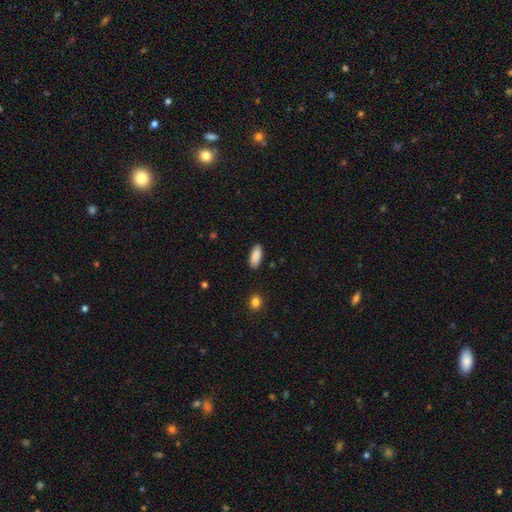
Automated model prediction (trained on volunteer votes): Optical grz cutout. It shows a smooth galaxy with no disk features (89%) that is in between round and cigar-shaped (84%). Merging: none (88%).